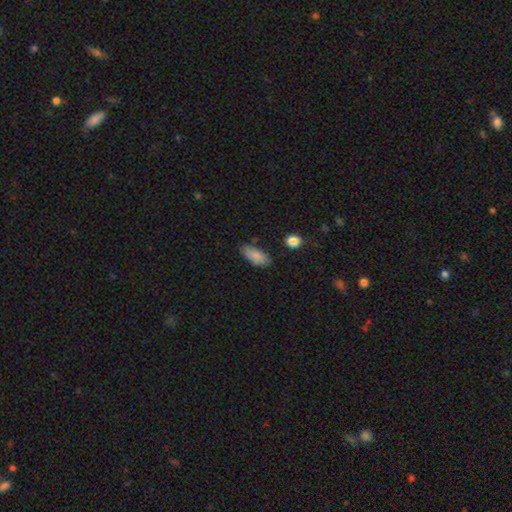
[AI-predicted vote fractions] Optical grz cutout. It shows a smooth galaxy with no disk features (85%) that is in between round and cigar-shaped (87%). Merging: none (75%).